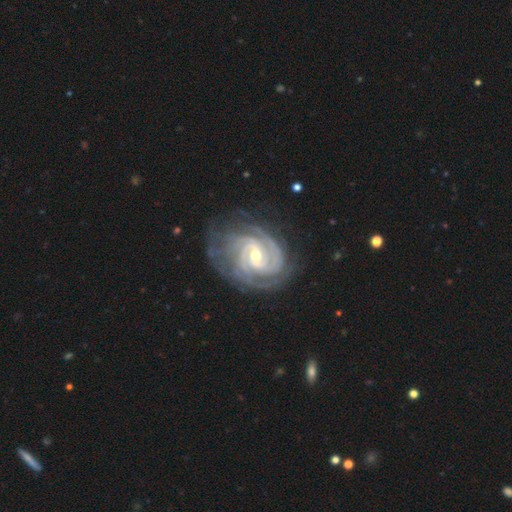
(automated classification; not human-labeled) Smooth or featured?
  - featured or disk: 92% *
  - star or artifact: 5%
  - smooth: 3%
Edge-on disk?
  - no: 98% *
  - yes: 2%
Bar?
  - weak: 44% *
  - no: 34%
  - strong: 21%
Spiral arms?
  - yes: 98% *
  - no: 2%
Spiral winding?
  - tight: 75% *
  - medium: 22%
  - loose: 3%
Spiral arm count?
  - 3: 29% *
  - 2: 26%
  - 4: 16%
  - can't tell: 16%
  - more than 4: 7%
  - 1: 6%
Bulge size?
  - small: 50% *
  - moderate: 47%
  - large: 2%
  - none: 1%
  - dominant: 1%
Merging?
  - none: 71% *
  - minor disturbance: 19%
  - major disturbance: 9%
  - merger: 1%